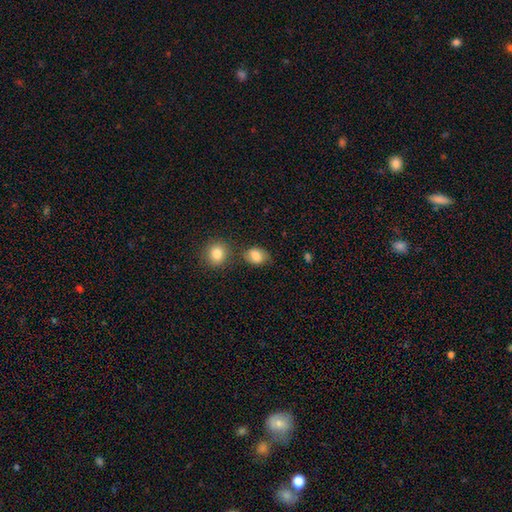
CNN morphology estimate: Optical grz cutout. It shows a smooth galaxy with no disk features (81%) that is in between round and cigar-shaped (67%). Merging: none (70%).